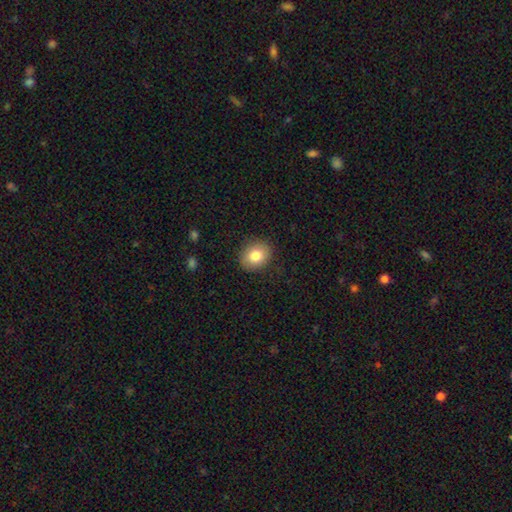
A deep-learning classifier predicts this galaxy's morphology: Q: Smooth or featured?
A: smooth (81%); runner-up: featured or disk (10%)
Q: How rounded?
A: round (59%); runner-up: in between (40%)
Q: Merging?
A: none (89%); runner-up: minor disturbance (8%)